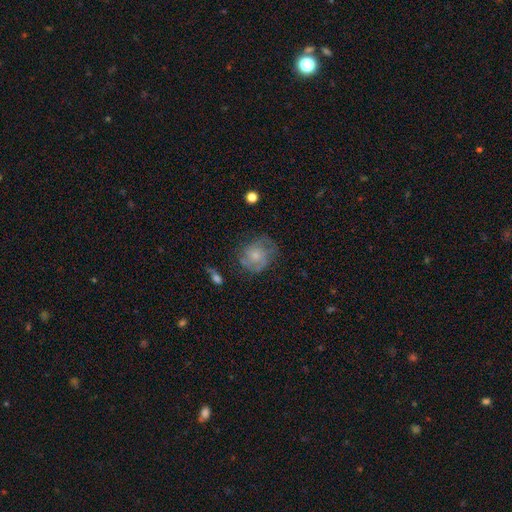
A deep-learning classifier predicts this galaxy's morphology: type=featured or disk (55%); edge-on=no (98%); bar=no (81%); spiral arms=yes (79%); bulge=small (60%); merging=none (59%).